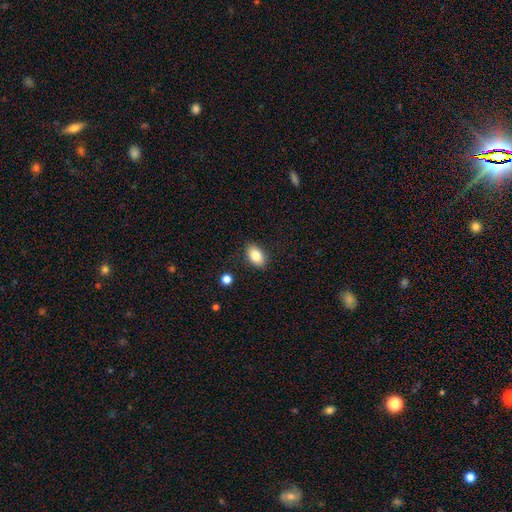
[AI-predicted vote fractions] Morphology: type=smooth (84%); roundness=in between (88%); merging=none (86%).